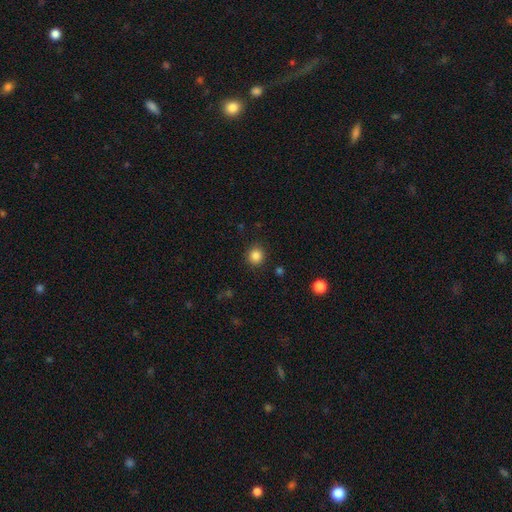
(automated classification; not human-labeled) A smooth galaxy with no disk features (86%) that is round (91%). Merging: none (89%).